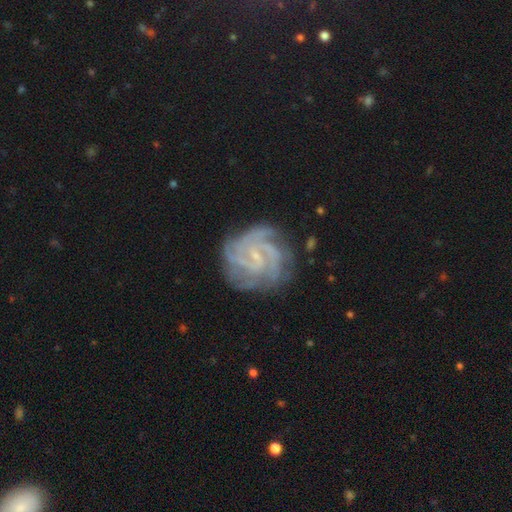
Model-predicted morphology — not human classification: smooth_or_featured: featured or disk (p=0.88) [alt: star or artifact p=0.06]
disk_edge_on: no (p=0.98) [alt: yes p=0.02]
bar: weak (p=0.47) [alt: no p=0.38]
has_spiral_arms: yes (p=0.98) [alt: no p=0.02]
spiral_winding: tight (p=0.65) [alt: medium p=0.30]
spiral_arm_count: 4 (p=0.29) [alt: 3 p=0.28]
bulge_size: small (p=0.78) [alt: none p=0.10]
merging: none (p=0.76) [alt: minor disturbance p=0.17]